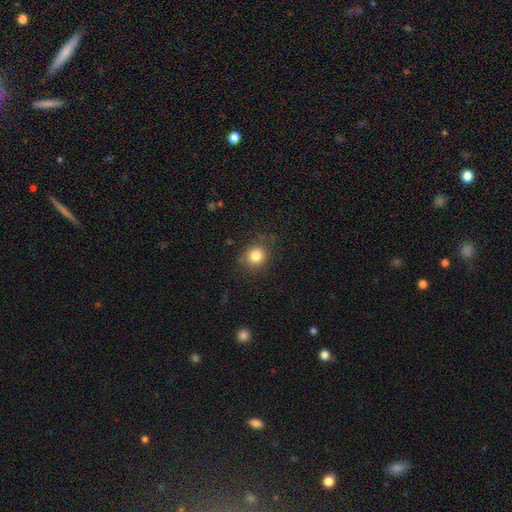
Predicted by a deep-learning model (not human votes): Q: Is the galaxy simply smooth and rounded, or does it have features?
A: smooth — 83%.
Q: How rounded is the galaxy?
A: round — 77%.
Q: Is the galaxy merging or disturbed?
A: none — 80%.